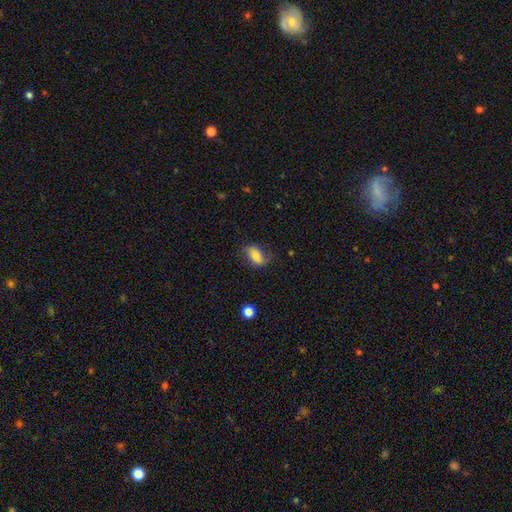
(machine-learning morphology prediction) type=smooth (67%); roundness=in between (86%); merging=none (65%).